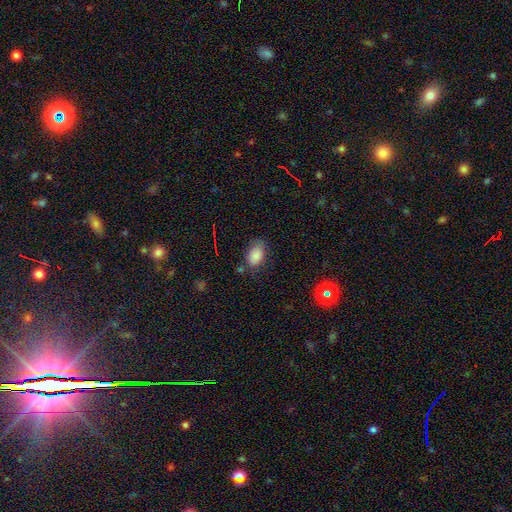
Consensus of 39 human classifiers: Q: Smooth or featured?
A: smooth (82%); runner-up: star or artifact (10%)
Q: How rounded?
A: in between (94%); runner-up: round (6%)
Q: Merging?
A: none (57%); runner-up: minor disturbance (37%)